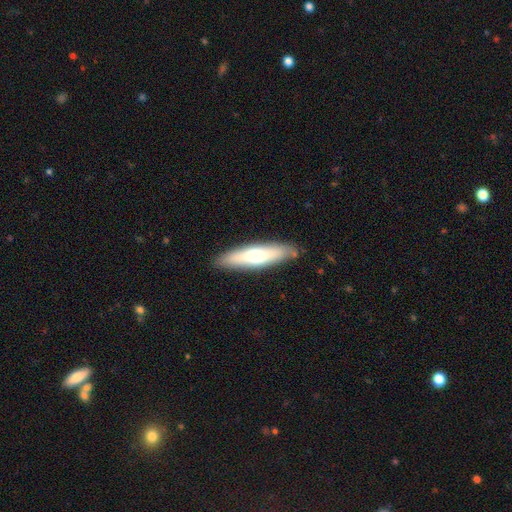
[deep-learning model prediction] smooth-or-featured: smooth: 61% | featured or disk: 34% | star or artifact: 6%
  how-rounded: cigar-shaped: 68% | in between: 30% | round: 2%
  merging: none: 86% | minor disturbance: 10% | major disturbance: 2% | merger: 2%